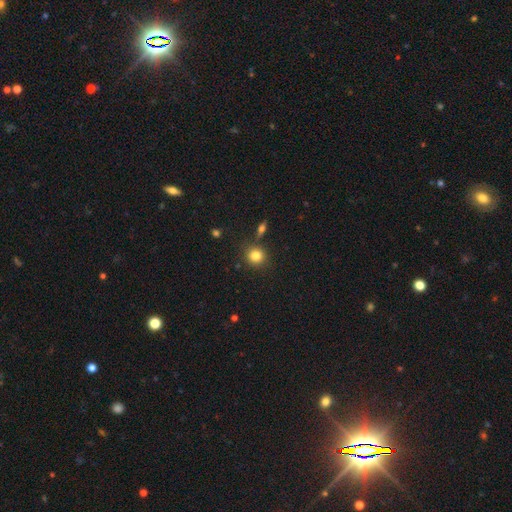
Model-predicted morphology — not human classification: Overall: smooth (82%). How rounded: round (89%). Merging: none (81%).